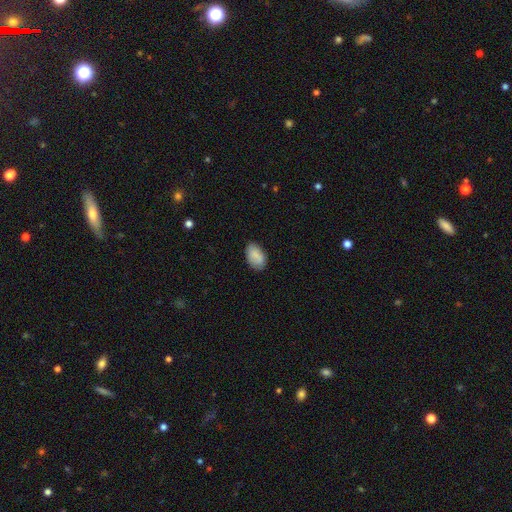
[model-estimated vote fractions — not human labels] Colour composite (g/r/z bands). It shows a smooth galaxy with no disk features (84%) that is in between round and cigar-shaped (92%). Merging: none (78%).